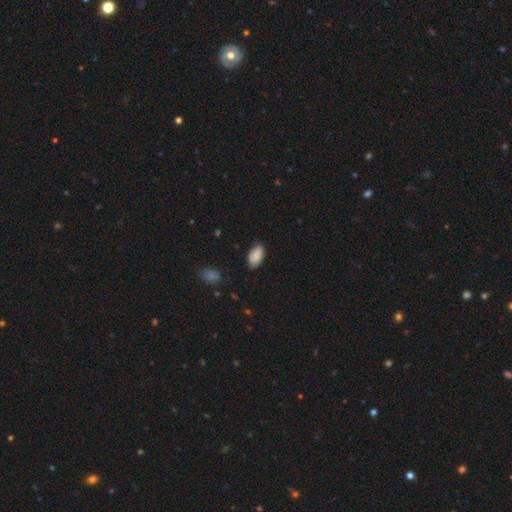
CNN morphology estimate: Q: Smooth or featured?
A: smooth (88%); runner-up: star or artifact (7%)
Q: How rounded?
A: in between (94%); runner-up: round (4%)
Q: Merging?
A: none (82%); runner-up: minor disturbance (14%)